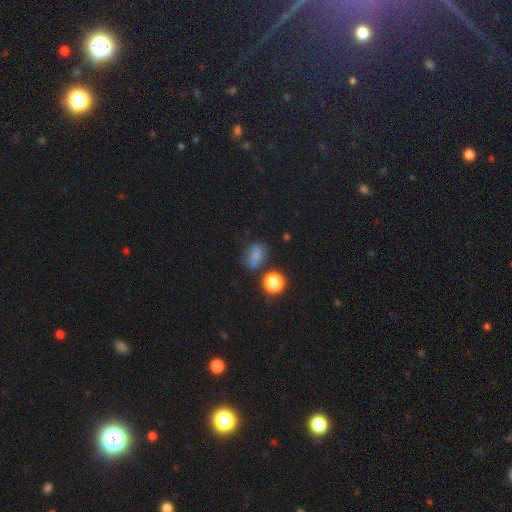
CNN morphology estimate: Q: Smooth or featured?
A: smooth (72%); runner-up: star or artifact (17%)
Q: How rounded?
A: in between (67%); runner-up: round (29%)
Q: Merging?
A: none (61%); runner-up: minor disturbance (23%)